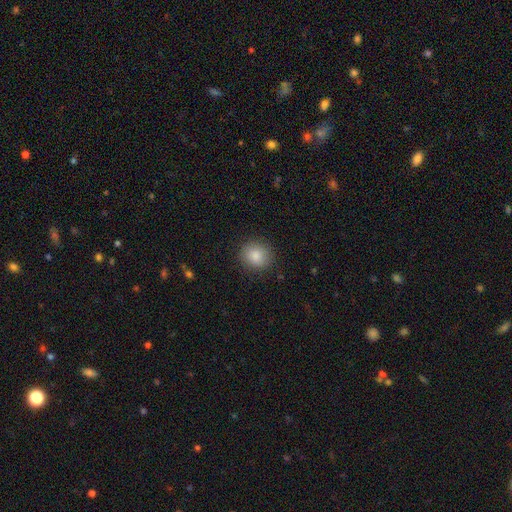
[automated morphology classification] Smooth or featured? Predicted: smooth (p=0.86). How rounded? Predicted: round (p=0.80). Merging? Predicted: none (p=0.88).